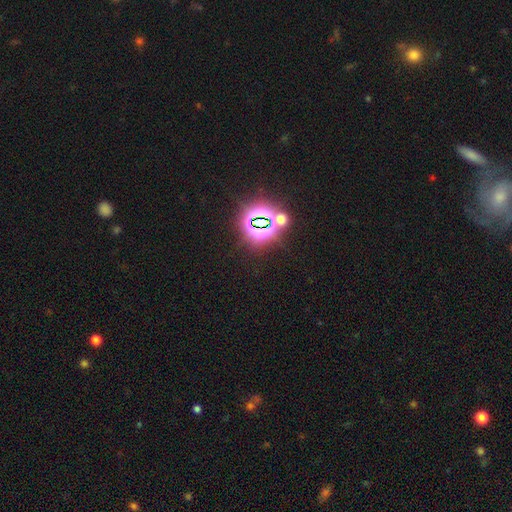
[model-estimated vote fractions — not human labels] Q: Smooth or featured?
A: star or artifact (80%); runner-up: smooth (12%)